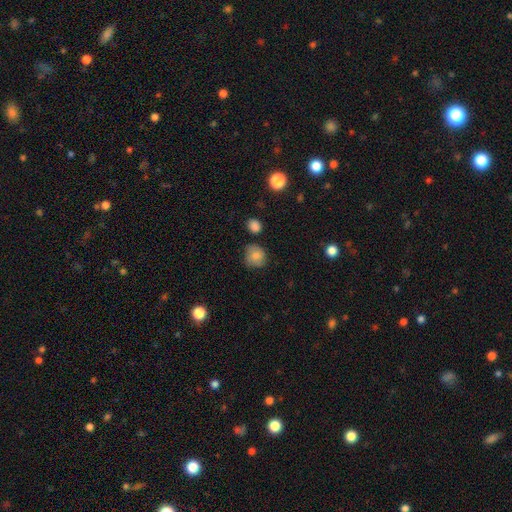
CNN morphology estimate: This appears to be a smooth galaxy with no disk features (80%) that is round (83%). Merging: none (70%).